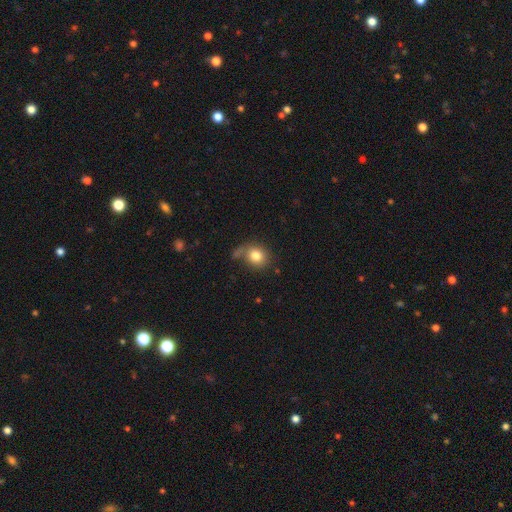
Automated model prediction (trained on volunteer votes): Smooth or featured?
  - smooth: 81% *
  - featured or disk: 10%
  - star or artifact: 10%
How rounded?
  - round: 74% *
  - in between: 25%
  - cigar-shaped: 1%
Merging?
  - none: 60% *
  - minor disturbance: 20%
  - major disturbance: 11%
  - merger: 8%